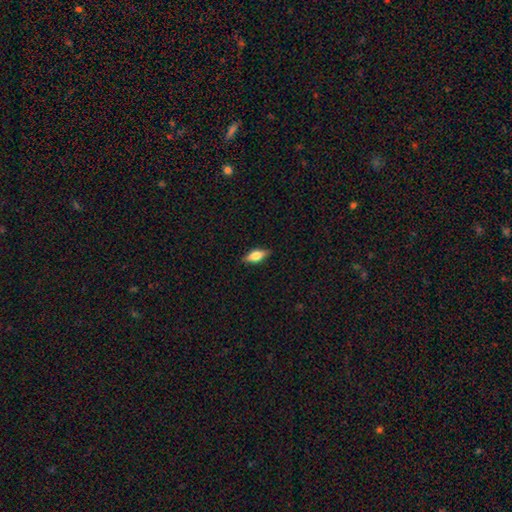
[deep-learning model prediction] smooth-or-featured: smooth: 61% | featured or disk: 32% | star or artifact: 7%
  how-rounded: in between: 74% | cigar-shaped: 21% | round: 4%
  merging: none: 86% | minor disturbance: 10% | major disturbance: 2% | merger: 1%